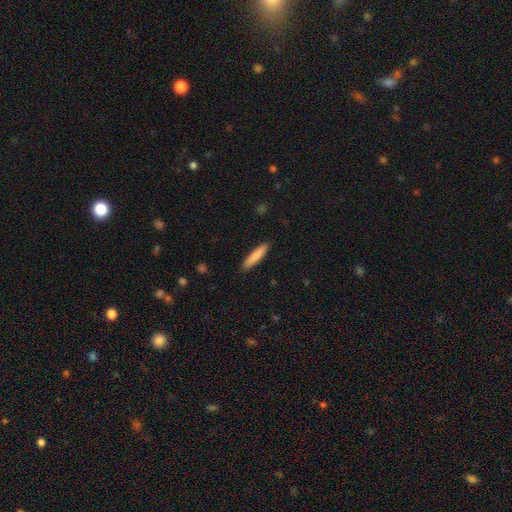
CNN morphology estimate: smooth_or_featured: smooth (p=0.84) [alt: featured or disk p=0.10]
how_rounded: cigar-shaped (p=0.87) [alt: in between p=0.12]
merging: none (p=0.90) [alt: minor disturbance p=0.07]